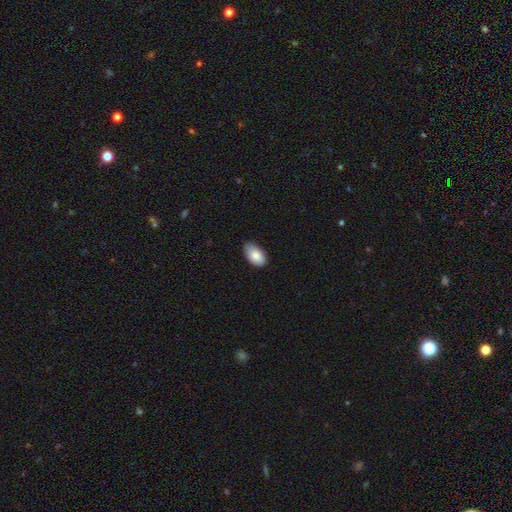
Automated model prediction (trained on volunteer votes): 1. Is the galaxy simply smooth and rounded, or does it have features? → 84% smooth, 9% featured or disk, 7% star or artifact.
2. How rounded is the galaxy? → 94% in between, 5% round, 1% cigar-shaped.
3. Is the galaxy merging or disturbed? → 75% none, 21% minor disturbance, 2% major disturbance, 1% merger.